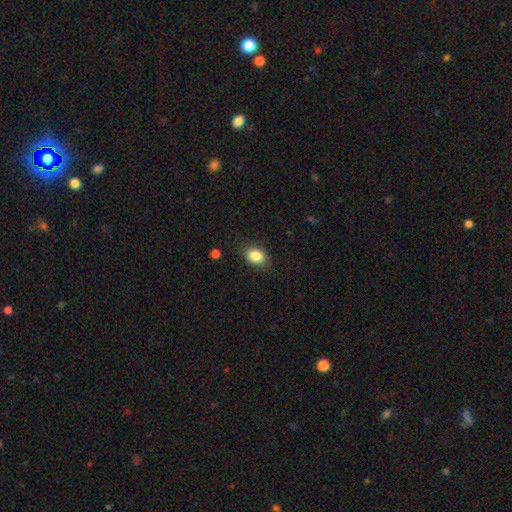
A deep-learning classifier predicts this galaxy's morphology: smooth 84%, star or artifact 9%, featured or disk 7%. Down the decision tree: how rounded — in between (70%); merging — none (83%).